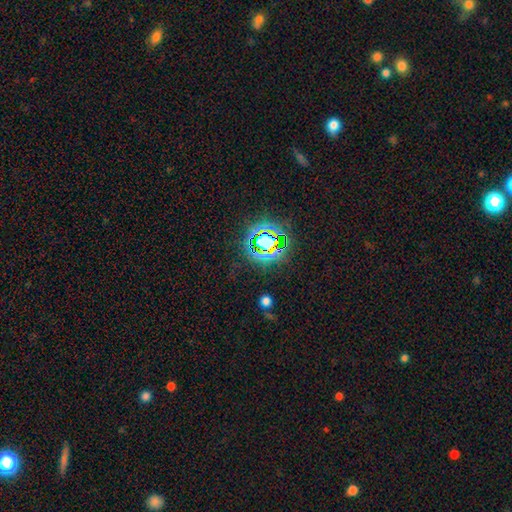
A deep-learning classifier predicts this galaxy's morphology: smooth_or_featured: star or artifact (p=0.77) [alt: smooth p=0.14]